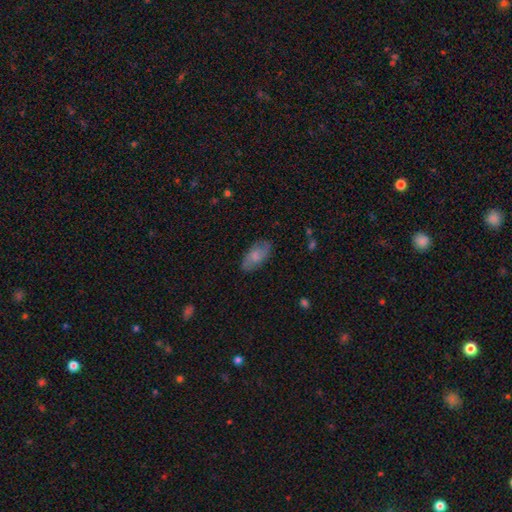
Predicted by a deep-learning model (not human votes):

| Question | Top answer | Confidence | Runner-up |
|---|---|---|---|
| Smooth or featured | smooth | 73% | featured or disk (20%) |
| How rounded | in between | 90% | cigar-shaped (7%) |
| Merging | none | 79% | minor disturbance (16%) |